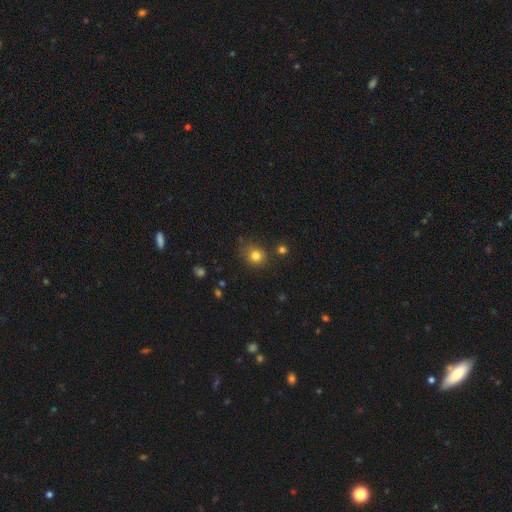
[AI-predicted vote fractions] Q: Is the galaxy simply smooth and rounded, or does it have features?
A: smooth — 80%.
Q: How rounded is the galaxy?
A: round — 80%.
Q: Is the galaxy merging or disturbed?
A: none — 73%.